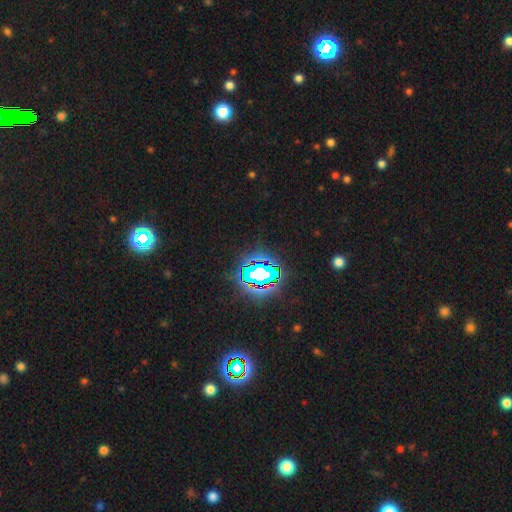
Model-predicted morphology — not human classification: type=star or artifact (83%).